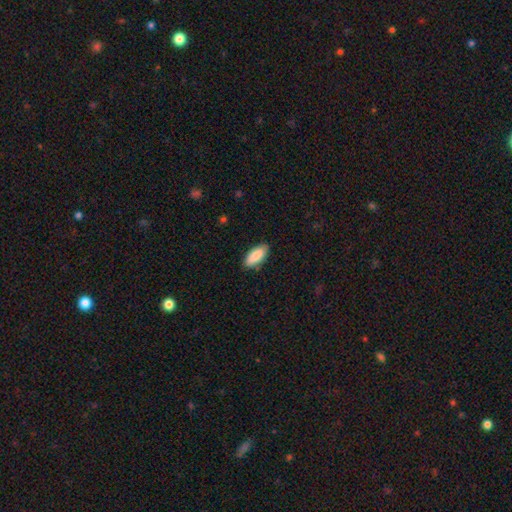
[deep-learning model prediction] Smooth or featured? Predicted: smooth (p=0.88). How rounded? Predicted: in between (p=0.82). Merging? Predicted: none (p=0.86).